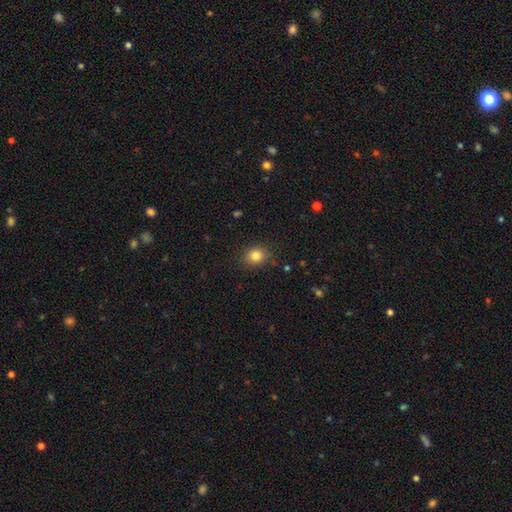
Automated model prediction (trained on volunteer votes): A smooth galaxy with no disk features (82%) that is round (72%).

Vote fractions:
- Smooth or featured? smooth: 82% / star or artifact: 12% / featured or disk: 6%
- How rounded? round: 72% / in between: 27% / cigar-shaped: 1%
- Merging? none: 87% / minor disturbance: 10% / major disturbance: 3% / merger: 1%